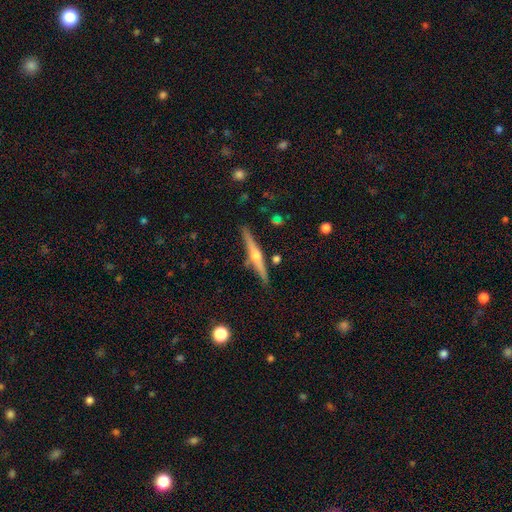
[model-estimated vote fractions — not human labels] Smooth or featured?
  - featured or disk: 77% *
  - smooth: 17%
  - star or artifact: 6%
Edge-on disk?
  - yes: 98% *
  - no: 2%
Edge-on bulge?
  - rounded: 92% *
  - none: 4%
  - boxy: 3%
Merging?
  - none: 87% *
  - minor disturbance: 9%
  - merger: 3%
  - major disturbance: 2%